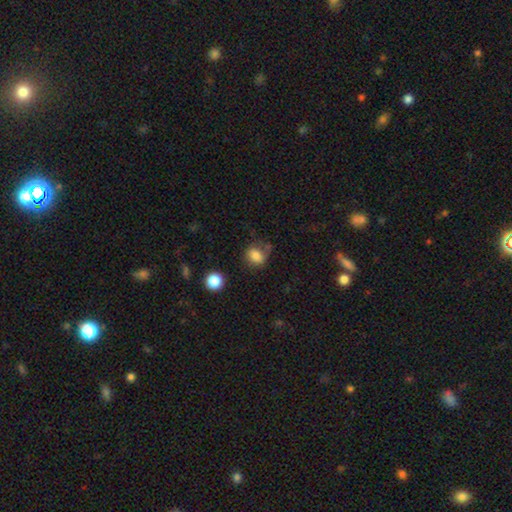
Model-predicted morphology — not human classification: smooth_or_featured: smooth (p=0.80) [alt: star or artifact p=0.11]
how_rounded: round (p=0.56) [alt: in between p=0.43]
merging: none (p=0.61) [alt: minor disturbance p=0.22]